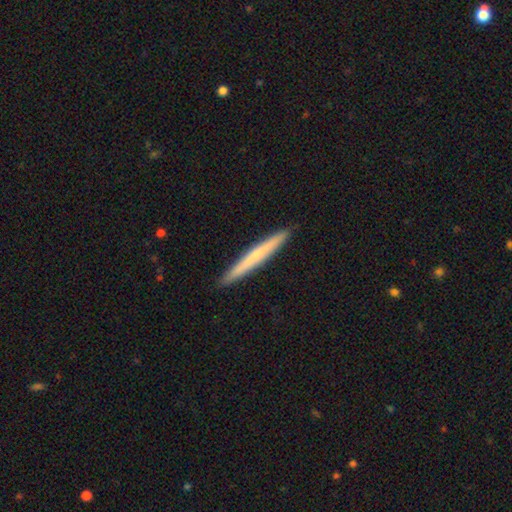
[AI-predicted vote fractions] smooth 55%, featured or disk 39%, star or artifact 5%. Down the decision tree: how rounded — cigar-shaped (97%); merging — none (93%).